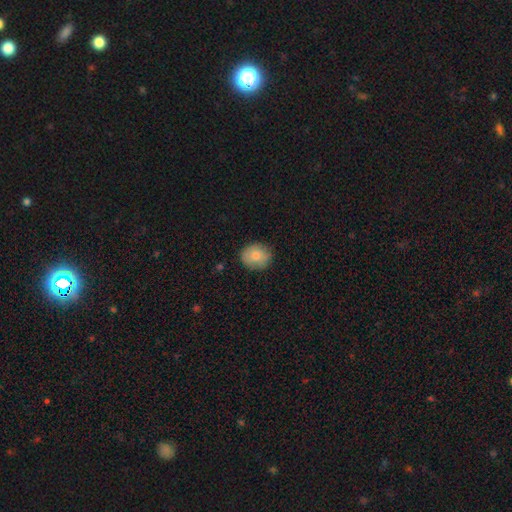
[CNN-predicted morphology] This is likely a smooth galaxy (80%). How rounded: likely round (70%). Merging: clearly none (84%).